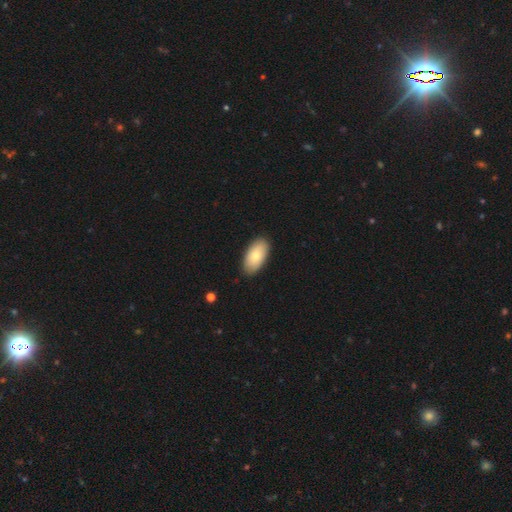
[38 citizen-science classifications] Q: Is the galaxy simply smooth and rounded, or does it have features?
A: smooth — 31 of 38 (82%).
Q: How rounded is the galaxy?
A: in between — 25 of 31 (81%).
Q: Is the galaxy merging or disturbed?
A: none — 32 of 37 (86%).